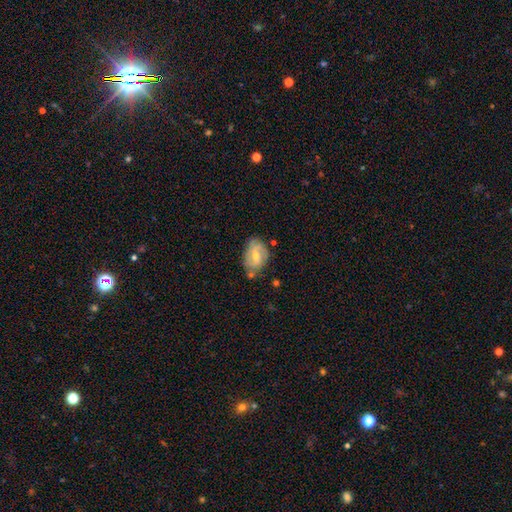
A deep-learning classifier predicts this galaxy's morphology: Smooth or featured? Predicted: featured or disk (p=0.57). Edge-on disk? Predicted: no (p=0.95). Bar? Predicted: weak (p=0.52). Spiral arms? Predicted: yes (p=0.78). Bulge size? Predicted: moderate (p=0.48). Merging? Predicted: none (p=0.62).